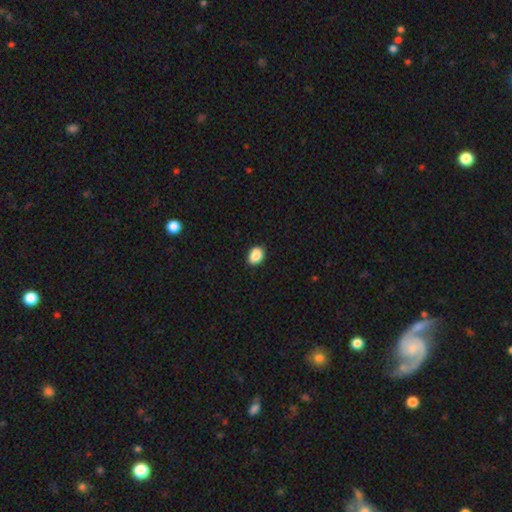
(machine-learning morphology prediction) This is clearly a smooth galaxy (88%). How rounded: likely in between (72%). Merging: clearly none (87%).